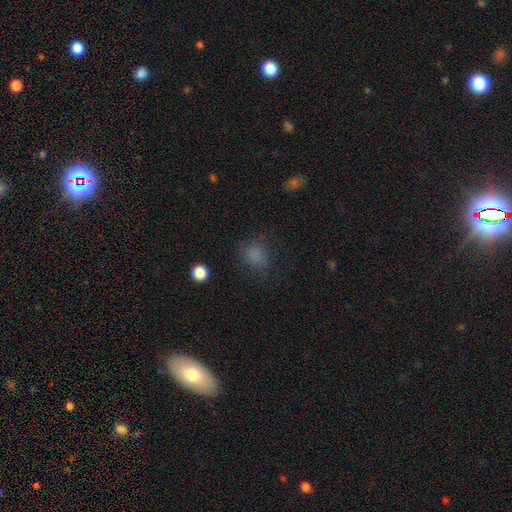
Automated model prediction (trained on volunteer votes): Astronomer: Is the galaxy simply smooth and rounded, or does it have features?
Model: smooth — 79%.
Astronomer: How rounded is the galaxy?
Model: round — 64%.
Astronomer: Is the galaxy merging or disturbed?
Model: none — 73%.